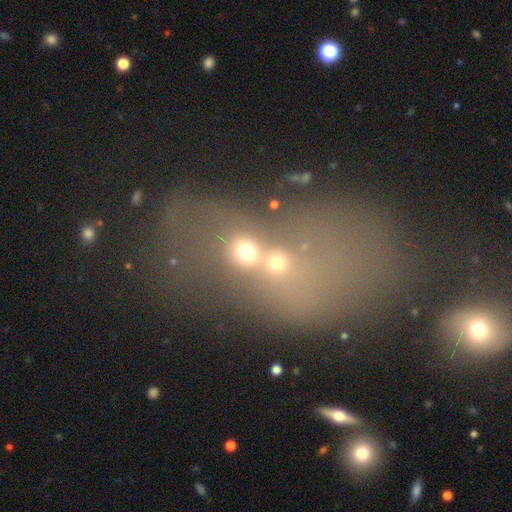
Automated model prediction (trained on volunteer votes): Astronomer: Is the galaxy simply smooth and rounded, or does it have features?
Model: smooth — 42% (runner-up: star or artifact, 31%).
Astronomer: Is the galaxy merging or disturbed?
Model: merger — 76%.